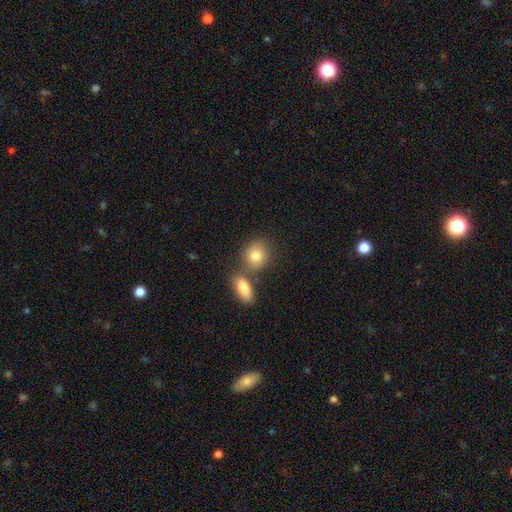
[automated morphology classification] Overall: smooth (80%). How rounded: round (60%; in between 38%). Merging: none (57%; merger 29%).